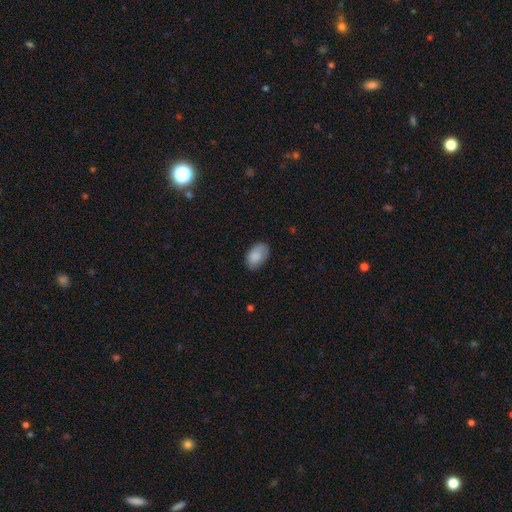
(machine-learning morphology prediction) Q: Smooth or featured?
A: smooth (87%); runner-up: featured or disk (7%)
Q: How rounded?
A: in between (91%); runner-up: round (8%)
Q: Merging?
A: none (77%); runner-up: minor disturbance (18%)